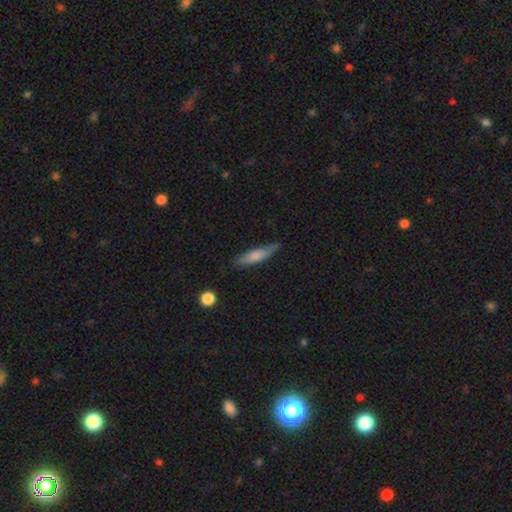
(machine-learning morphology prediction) Overall: smooth (72%). How rounded: cigar-shaped (72%). Merging: none (72%).